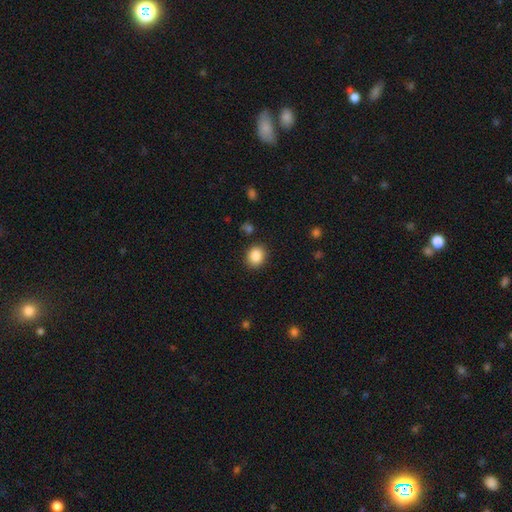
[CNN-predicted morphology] Smooth or featured?
  - smooth: 87% *
  - star or artifact: 9%
  - featured or disk: 4%
How rounded?
  - round: 65% *
  - in between: 34%
  - cigar-shaped: 1%
Merging?
  - none: 88% *
  - minor disturbance: 8%
  - major disturbance: 3%
  - merger: 2%